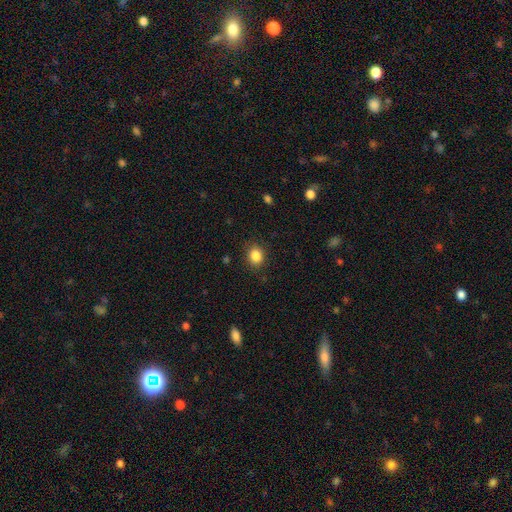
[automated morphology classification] smooth-or-featured: smooth: 86% | star or artifact: 10% | featured or disk: 4%
  how-rounded: round: 63% | in between: 36% | cigar-shaped: 1%
  merging: none: 87% | minor disturbance: 9% | major disturbance: 3% | merger: 1%